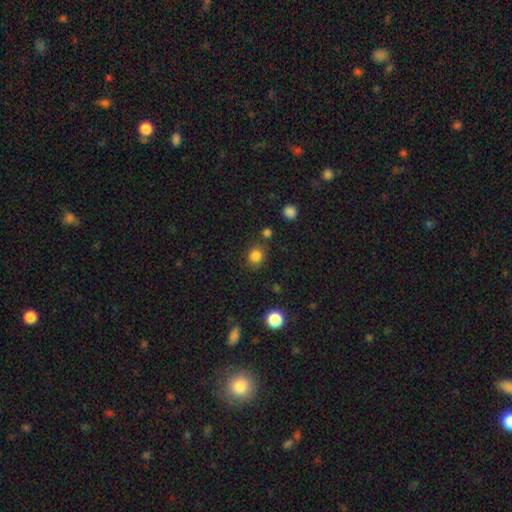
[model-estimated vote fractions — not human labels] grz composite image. It shows a smooth galaxy with no disk features (83%) that is round (73%). Merging: none (81%).